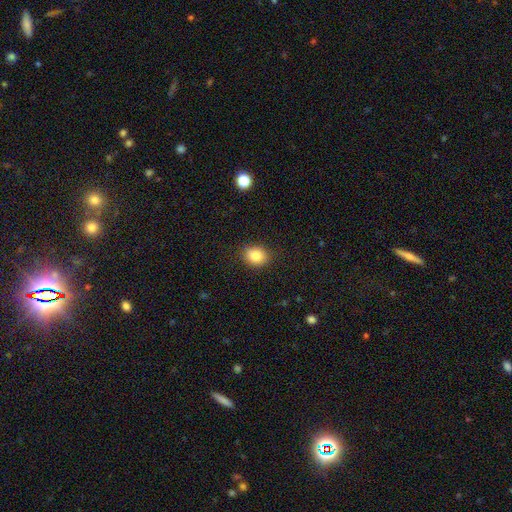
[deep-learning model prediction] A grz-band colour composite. It shows a smooth galaxy with no disk features (84%) that is round (56%). Merging: none (86%).